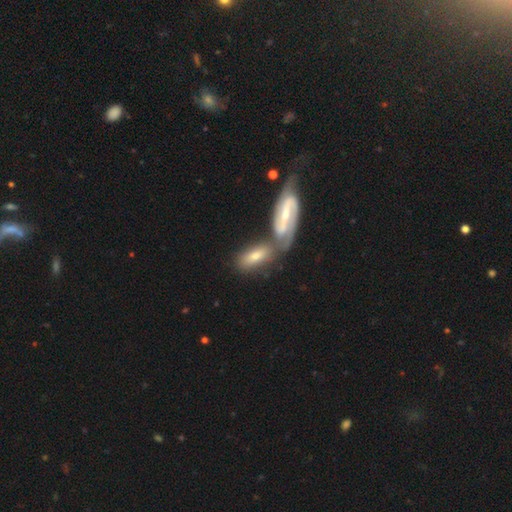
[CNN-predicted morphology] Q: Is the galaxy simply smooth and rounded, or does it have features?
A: featured or disk — 52%.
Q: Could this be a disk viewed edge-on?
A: no — 83%.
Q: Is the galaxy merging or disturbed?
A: merger — 53%.